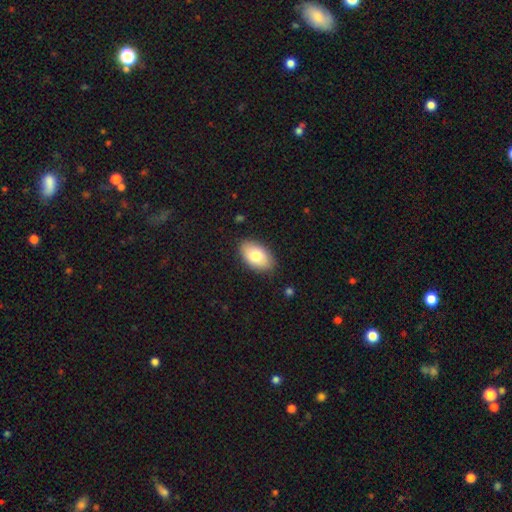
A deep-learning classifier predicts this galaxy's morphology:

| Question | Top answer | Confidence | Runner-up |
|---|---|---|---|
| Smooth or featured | smooth | 79% | featured or disk (15%) |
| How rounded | in between | 93% | round (6%) |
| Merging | none | 85% | minor disturbance (12%) |